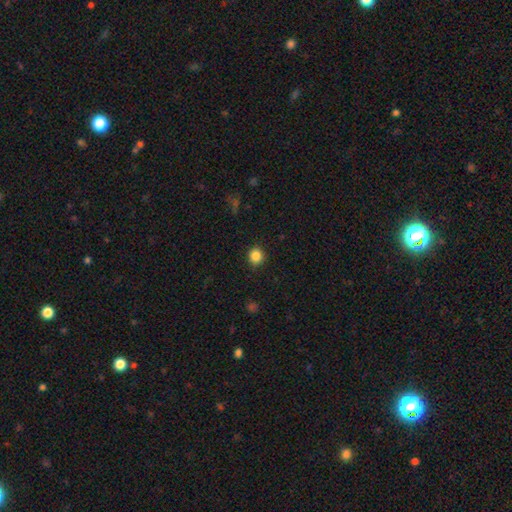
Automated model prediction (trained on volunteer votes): Overall: smooth (85%). How rounded: round (87%). Merging: none (90%).